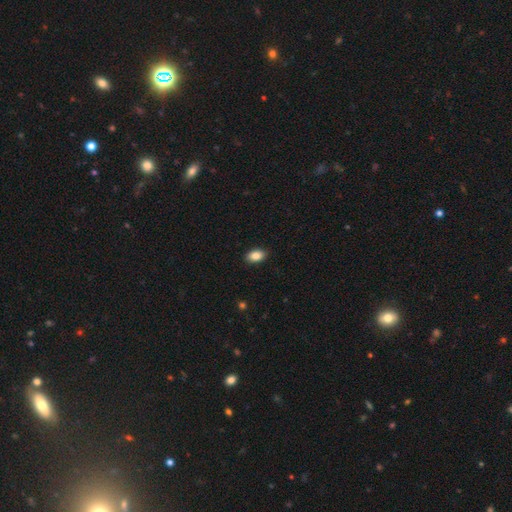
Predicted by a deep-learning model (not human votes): smooth_or_featured: smooth (p=0.87) [alt: star or artifact p=0.08]
how_rounded: in between (p=0.91) [alt: round p=0.07]
merging: none (p=0.89) [alt: minor disturbance p=0.08]